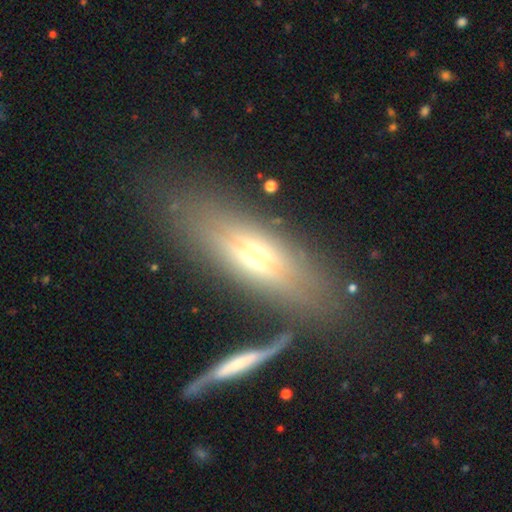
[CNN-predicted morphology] Smooth or featured: featured or disk — 51% (smooth — 37%)
Edge-on disk: yes — 68% (no — 32%)
Merging: none — 68% (minor disturbance — 14%)